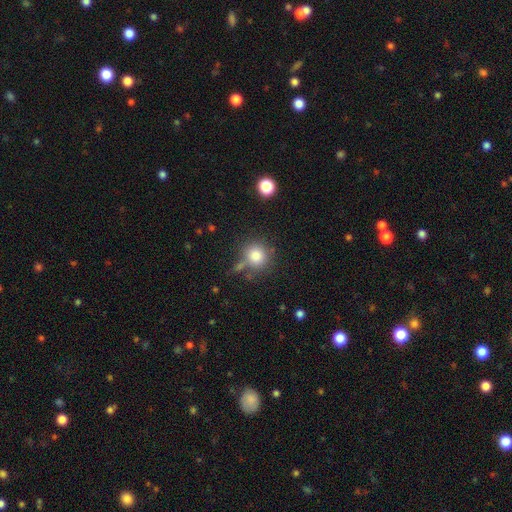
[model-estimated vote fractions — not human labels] smooth 82%, star or artifact 11%, featured or disk 7%. Down the decision tree: how rounded — round (88%); merging — none (68%).